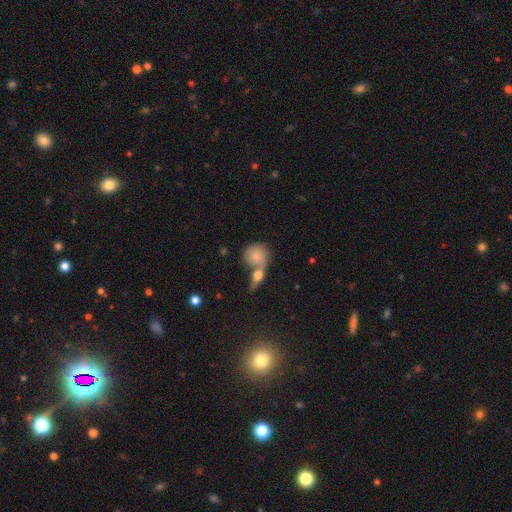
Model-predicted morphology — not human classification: Overall: smooth (76%). How rounded: round (81%). Merging: none (44%; merger 42%).